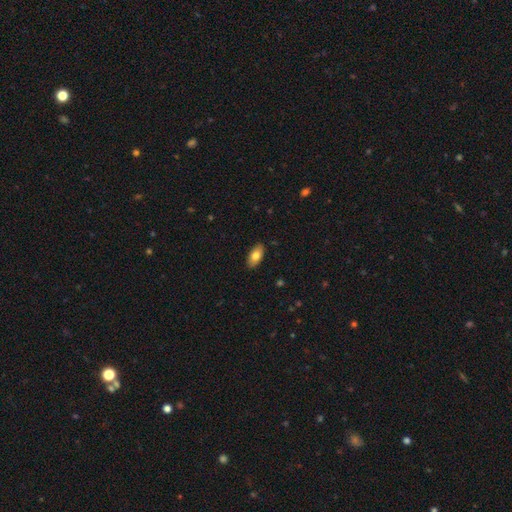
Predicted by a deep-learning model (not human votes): Overall: smooth (77%). How rounded: in between (92%). Merging: none (89%).